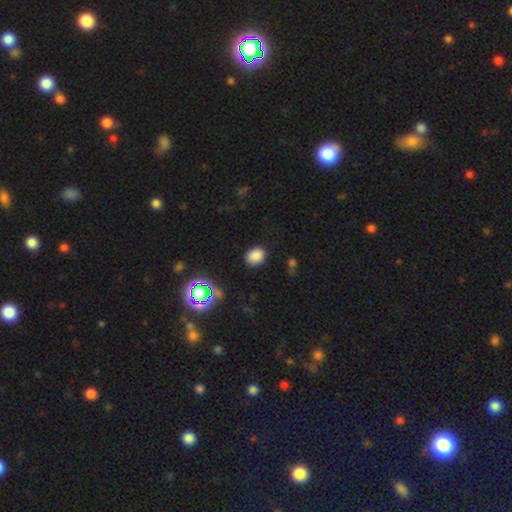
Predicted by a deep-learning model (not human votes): The model was most divided on "how rounded": round: 55%, in between: 44%, cigar-shaped: 1%. More confident: merging — none (84%); smooth or featured — smooth (81%).